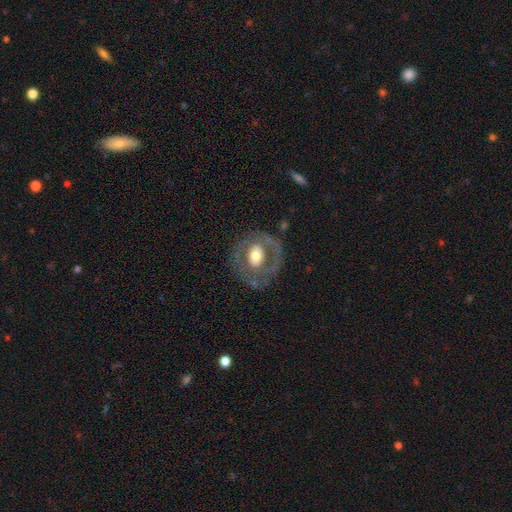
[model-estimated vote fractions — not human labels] This is likely a featured or disk galaxy (62%). It is clearly not viewed edge-on (95%). Bar: possibly no (60%). Spiral arm pattern: likely no (68%). Central bulge: likely moderate (60%). Merging: likely none (68%).